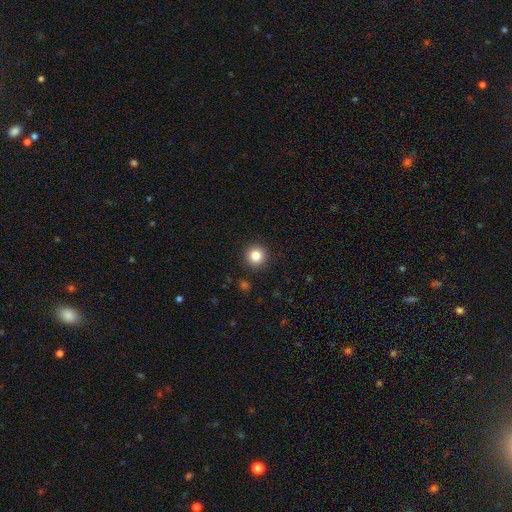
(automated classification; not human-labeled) smooth_or_featured: smooth (p=0.83) [alt: star or artifact p=0.11]
how_rounded: round (p=0.95) [alt: in between p=0.04]
merging: none (p=0.92) [alt: minor disturbance p=0.05]